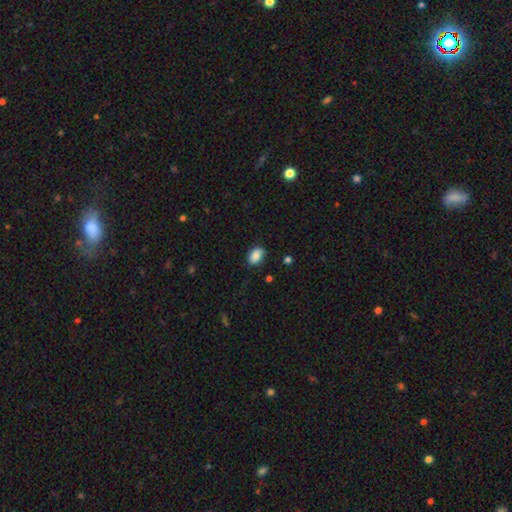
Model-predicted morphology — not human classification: Smooth or featured? Predicted: smooth (p=0.82). How rounded? Predicted: in between (p=0.82). Merging? Predicted: none (p=0.74).